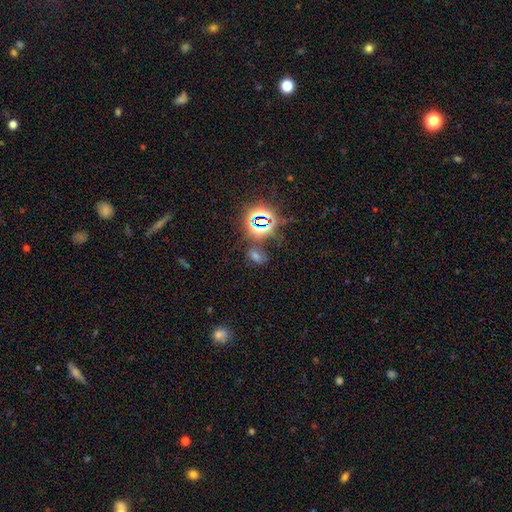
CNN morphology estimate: Overall: star or artifact (58%; smooth 28%).